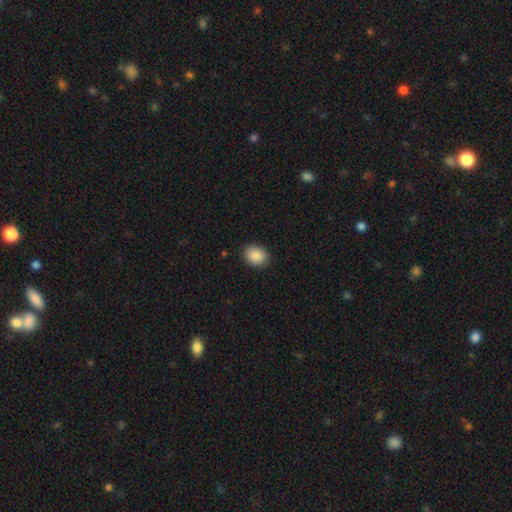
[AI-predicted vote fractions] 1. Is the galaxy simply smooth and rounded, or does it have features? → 89% smooth, 8% star or artifact, 3% featured or disk.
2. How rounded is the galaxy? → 52% in between, 47% round, 1% cigar-shaped.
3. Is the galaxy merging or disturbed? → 88% none, 8% minor disturbance, 2% major disturbance, 1% merger.